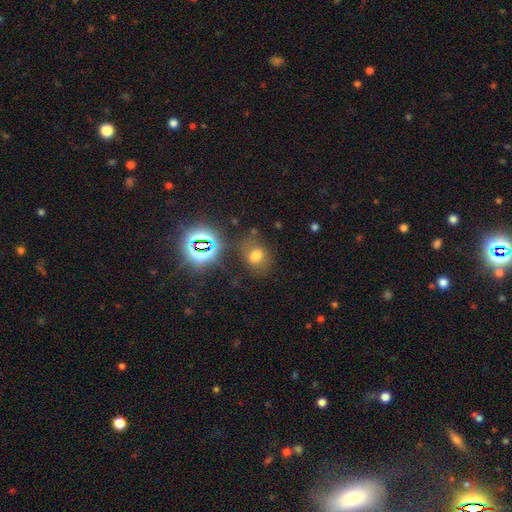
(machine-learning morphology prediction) Smooth or featured: smooth — 62% (star or artifact — 26%)
How rounded: round — 51% (in between — 48%)
Merging: none — 67% (minor disturbance — 18%)